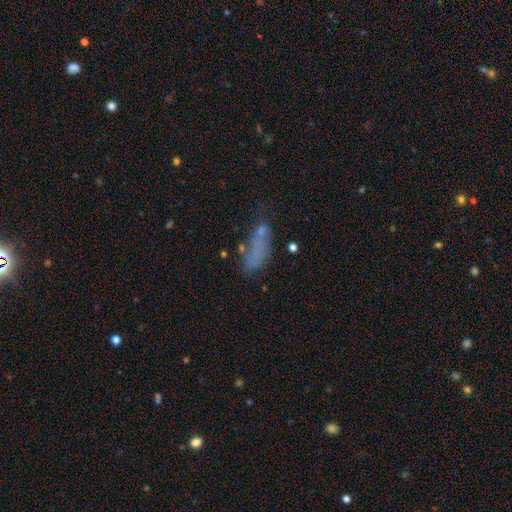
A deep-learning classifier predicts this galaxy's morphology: Smooth or featured: smooth — 47% (featured or disk — 27%)
Merging: none — 48% (minor disturbance — 22%)